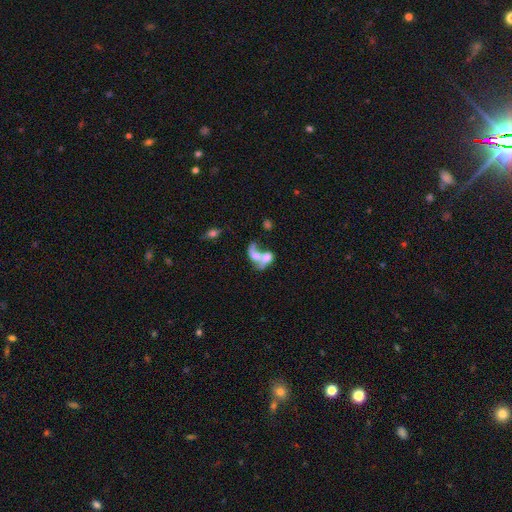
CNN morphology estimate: featured or disk 46%, smooth 43%, star or artifact 11%. Down the decision tree: merging — merger (72%).